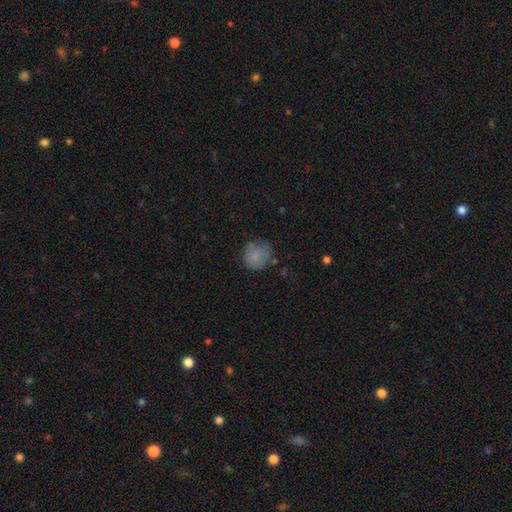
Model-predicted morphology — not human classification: smooth-or-featured: smooth: 79% | featured or disk: 13% | star or artifact: 9%
  how-rounded: round: 83% | in between: 16% | cigar-shaped: 1%
  merging: none: 63% | minor disturbance: 25% | major disturbance: 8% | merger: 4%